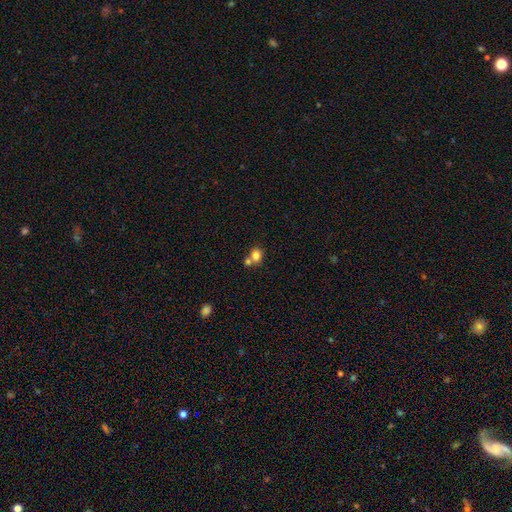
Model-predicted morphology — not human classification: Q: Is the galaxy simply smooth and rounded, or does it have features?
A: smooth — 80%.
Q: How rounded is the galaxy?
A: round — 70%.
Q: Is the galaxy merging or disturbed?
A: none — 48%.